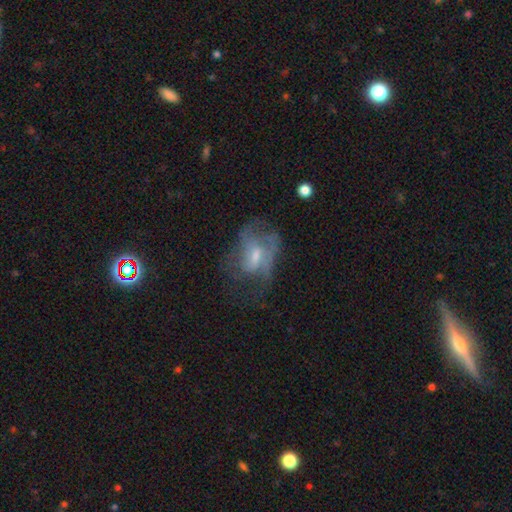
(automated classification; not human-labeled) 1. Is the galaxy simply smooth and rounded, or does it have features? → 64% featured or disk, 27% smooth, 9% star or artifact.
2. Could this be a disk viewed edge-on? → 96% no, 4% yes.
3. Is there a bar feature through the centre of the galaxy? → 45% weak (tied), 45% no (tied), 10% strong.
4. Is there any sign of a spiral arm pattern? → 62% yes, 38% no.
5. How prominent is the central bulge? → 43% moderate, 42% small, 10% none, 4% large, 1% dominant.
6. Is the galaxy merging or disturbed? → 38% major disturbance, 37% none, 23% minor disturbance, 3% merger.